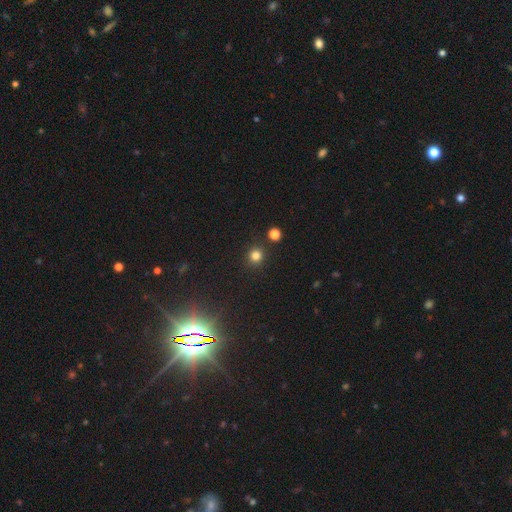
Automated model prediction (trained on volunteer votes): The model was most divided on "smooth or featured": smooth: 80%, star or artifact: 16%, featured or disk: 5%. More confident: how rounded — round (92%); merging — none (87%).